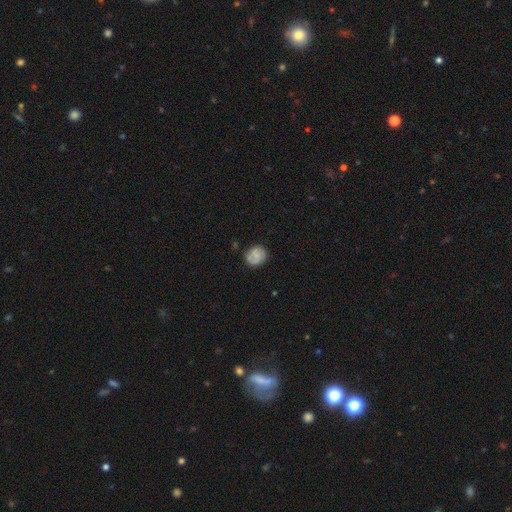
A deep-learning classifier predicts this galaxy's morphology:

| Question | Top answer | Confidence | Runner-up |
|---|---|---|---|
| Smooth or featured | smooth | 57% | featured or disk (35%) |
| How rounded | round | 75% | in between (24%) |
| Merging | none | 76% | minor disturbance (18%) |